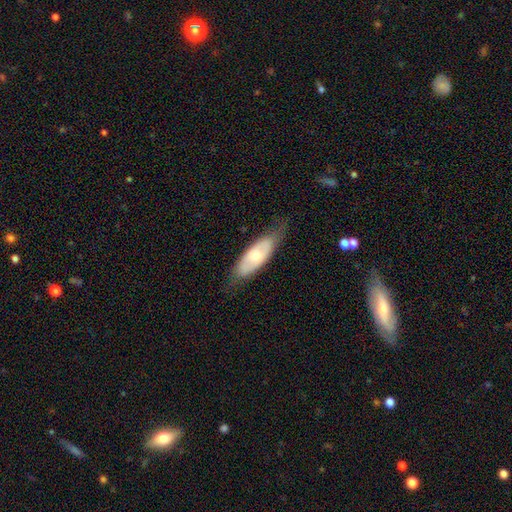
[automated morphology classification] Q: Smooth or featured?
A: smooth (50%); runner-up: featured or disk (44%)
Q: How rounded?
A: in between (74%); runner-up: cigar-shaped (23%)
Q: Merging?
A: none (68%); runner-up: minor disturbance (23%)